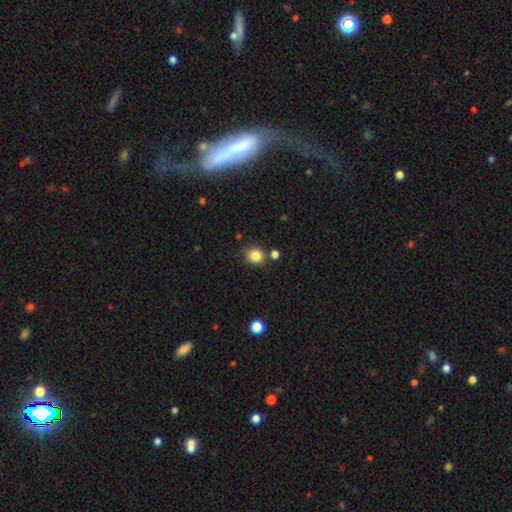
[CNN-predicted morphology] Smooth or featured? Predicted: smooth (p=0.84). How rounded? Predicted: round (p=0.75). Merging? Predicted: none (p=0.76).